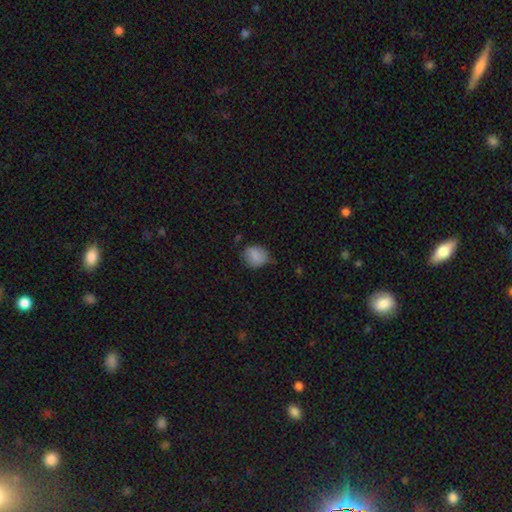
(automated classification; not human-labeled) smooth-or-featured: smooth: 82% | featured or disk: 10% | star or artifact: 9%
  how-rounded: round: 65% | in between: 34% | cigar-shaped: 1%
  merging: none: 62% | minor disturbance: 30% | major disturbance: 7% | merger: 2%